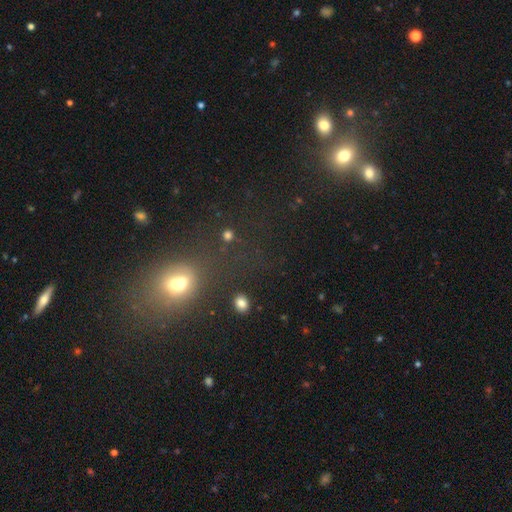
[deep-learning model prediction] A smooth galaxy with no disk features (48%). Merging: none (67%).